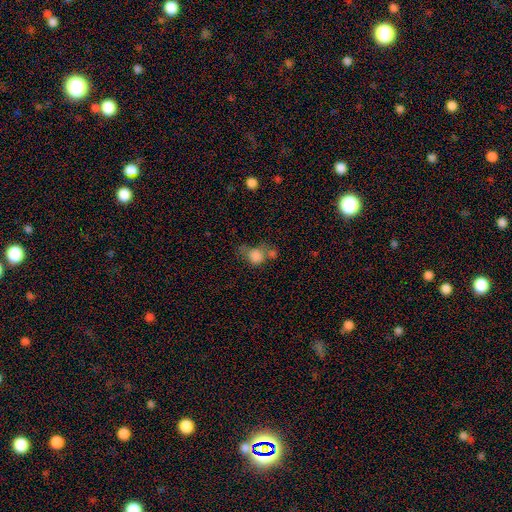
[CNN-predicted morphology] This is likely a smooth galaxy (78%). How rounded: likely round (67%). Merging: marginally merger (33%).